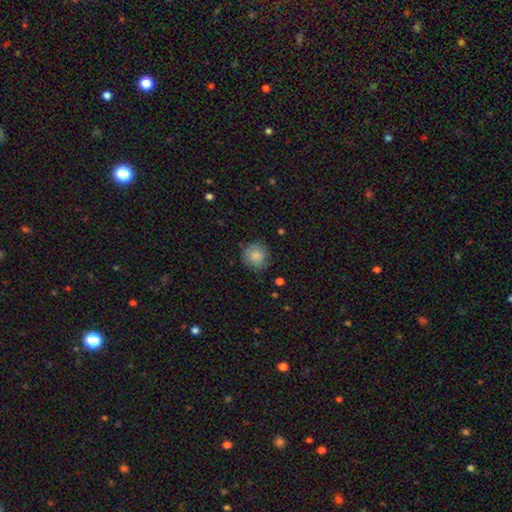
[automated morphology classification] smooth-or-featured: smooth: 85% | star or artifact: 8% | featured or disk: 7%
  how-rounded: round: 89% | in between: 10% | cigar-shaped: 1%
  merging: none: 80% | minor disturbance: 15% | major disturbance: 4% | merger: 1%